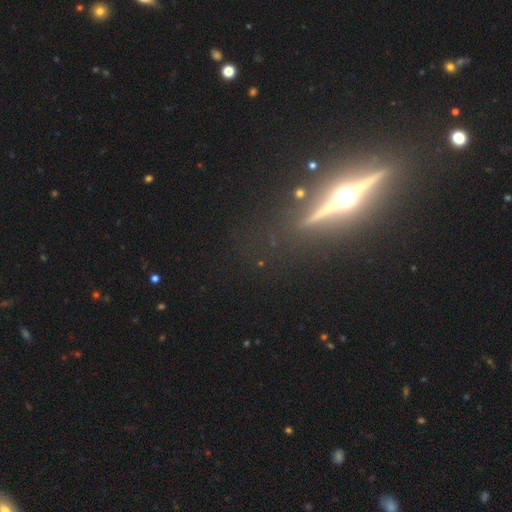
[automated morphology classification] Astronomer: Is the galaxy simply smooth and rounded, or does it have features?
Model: featured or disk — 81%.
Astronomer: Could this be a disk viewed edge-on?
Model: yes — 95%.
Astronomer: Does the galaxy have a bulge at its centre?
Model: rounded — 95%.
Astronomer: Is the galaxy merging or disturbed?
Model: none — 87%.